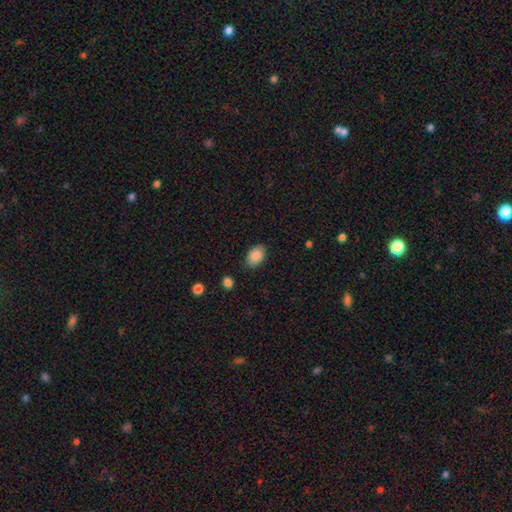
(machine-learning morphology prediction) Overall: smooth (88%). How rounded: in between (86%). Merging: none (83%).